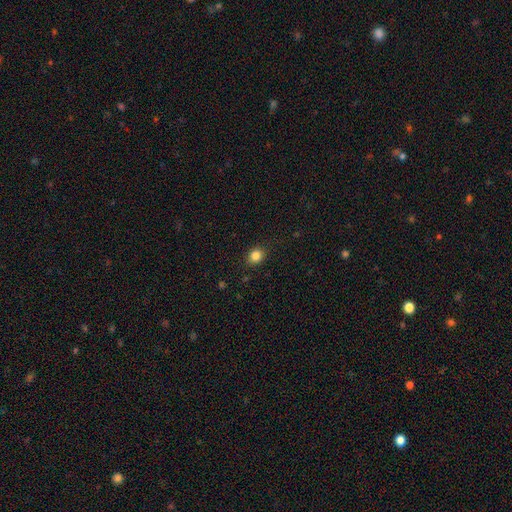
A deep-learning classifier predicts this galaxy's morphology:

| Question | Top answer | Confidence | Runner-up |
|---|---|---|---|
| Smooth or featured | smooth | 84% | star or artifact (11%) |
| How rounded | round | 65% | in between (34%) |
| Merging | none | 88% | minor disturbance (8%) |